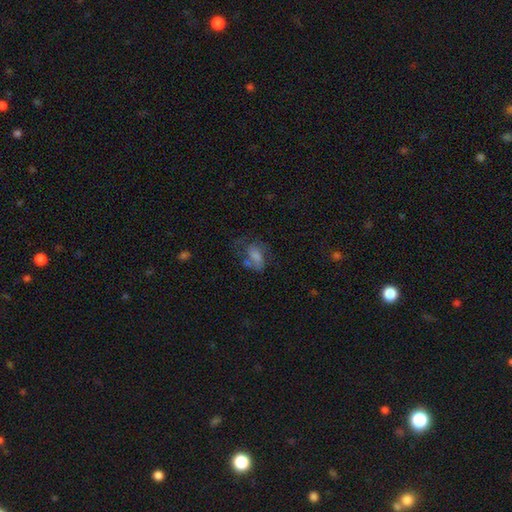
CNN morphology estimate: Overall: smooth (43%; featured or disk 39%). Merging: none (40%; major disturbance 30%).